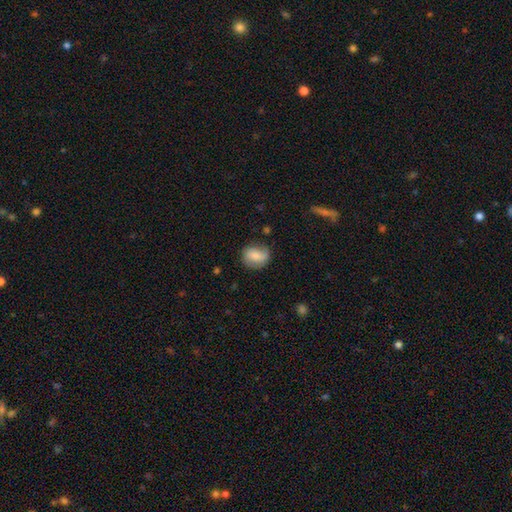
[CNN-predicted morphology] The model was most divided on "how rounded": round: 56%, in between: 42%, cigar-shaped: 2%. More confident: merging — none (66%); smooth or featured — smooth (64%).